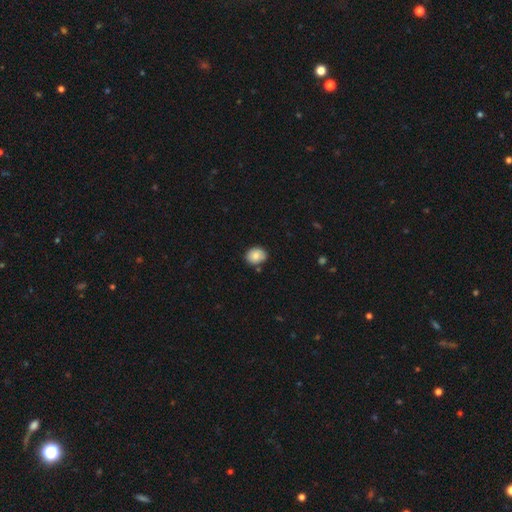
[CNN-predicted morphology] A smooth galaxy with no disk features (85%) that is in between round and cigar-shaped (50%).

Vote fractions:
- Smooth or featured? smooth: 85% / star or artifact: 8% / featured or disk: 7%
- How rounded? in between: 50% / round: 49% / cigar-shaped: 1%
- Merging? none: 78% / minor disturbance: 15% / merger: 4% / major disturbance: 3%